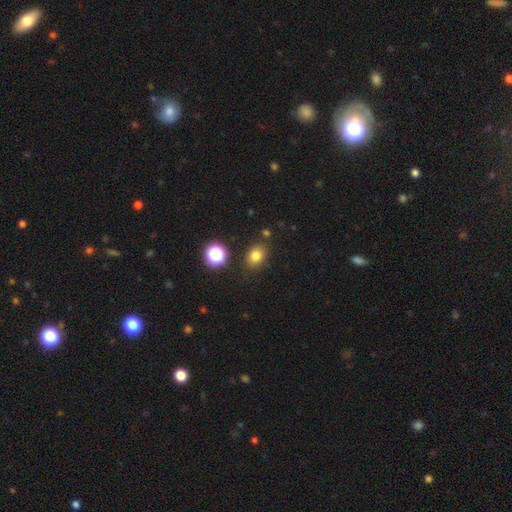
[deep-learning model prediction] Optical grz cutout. It shows a smooth galaxy with no disk features (78%) that is in between round and cigar-shaped (59%). Merging: none (82%).